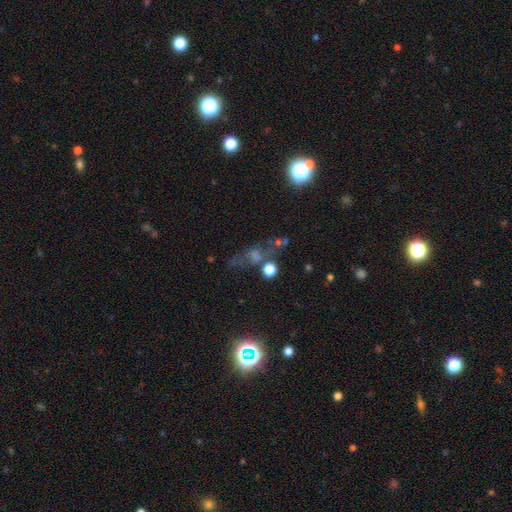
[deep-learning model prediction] star or artifact 42%, smooth 30%, featured or disk 28%.